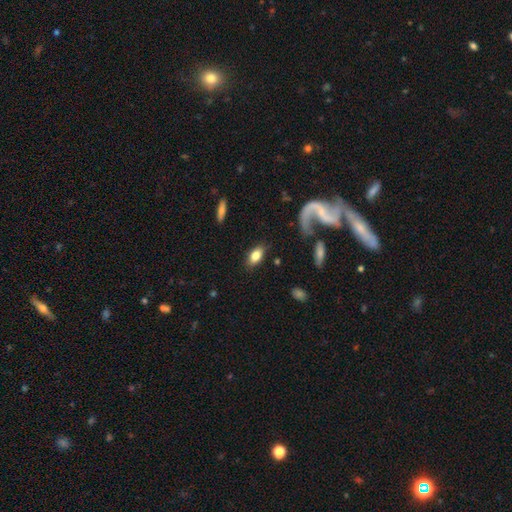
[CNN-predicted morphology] This is likely a smooth galaxy (77%). How rounded: clearly in between (89%). Merging: clearly none (82%).